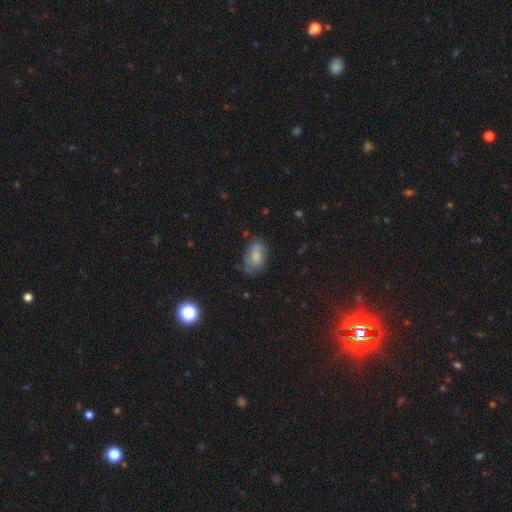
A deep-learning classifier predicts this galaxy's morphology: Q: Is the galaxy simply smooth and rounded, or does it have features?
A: smooth — 57%.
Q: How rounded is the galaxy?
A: in between — 88%.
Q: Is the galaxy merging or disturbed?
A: none — 59%.